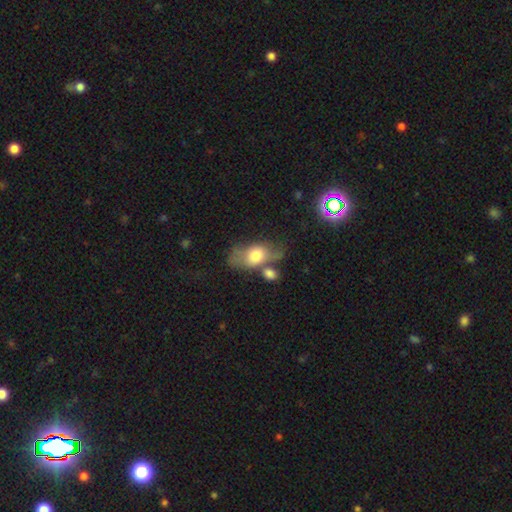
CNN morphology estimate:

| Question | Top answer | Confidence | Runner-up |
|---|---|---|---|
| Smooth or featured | smooth | 65% | featured or disk (27%) |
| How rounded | in between | 84% | round (12%) |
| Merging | none | 35% | merger (26%) |